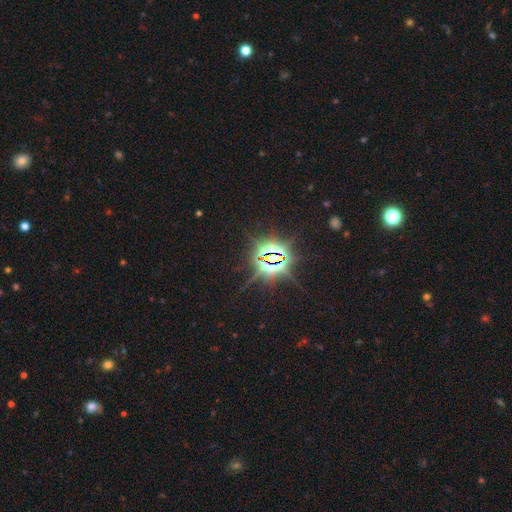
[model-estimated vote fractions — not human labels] A star or artifact, not a galaxy (84%).